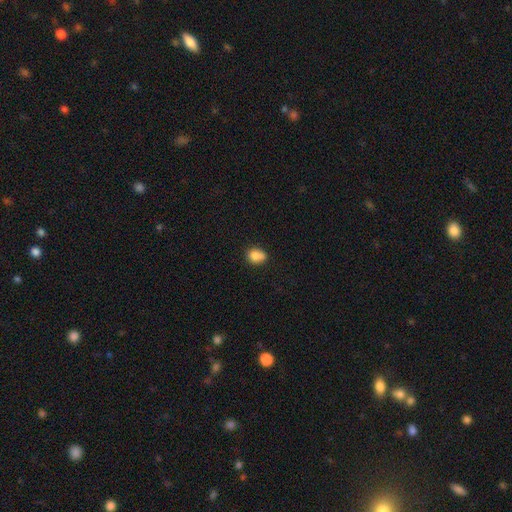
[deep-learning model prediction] This is clearly a smooth galaxy (83%). How rounded: possibly round (50%). Merging: possibly none (59%).